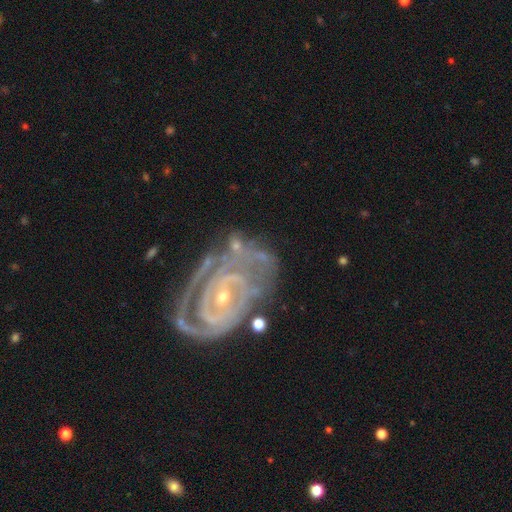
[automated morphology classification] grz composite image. It shows a featured or disk galaxy (90%) with no bar (52%), 2 (43%) tight (76%) spiral arms (96%) and a small central bulge (75%). Merging: none (55%).